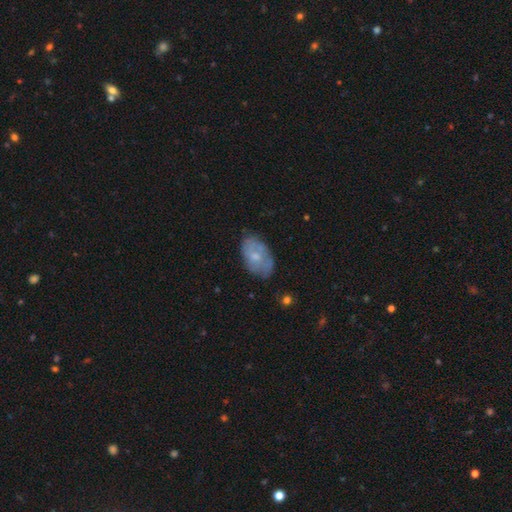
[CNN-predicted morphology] The model was most divided on "smooth or featured": smooth: 52%, featured or disk: 42%, star or artifact: 7%. More confident: how rounded — in between (91%); merging — none (67%).